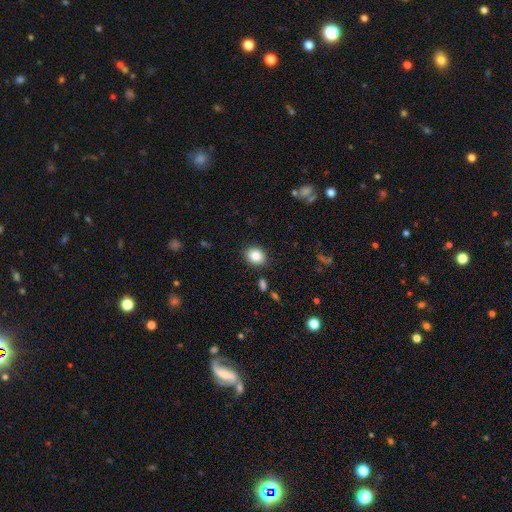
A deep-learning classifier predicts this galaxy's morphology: A smooth galaxy with no disk features (84%) that is round (63%). Merging: none (89%).